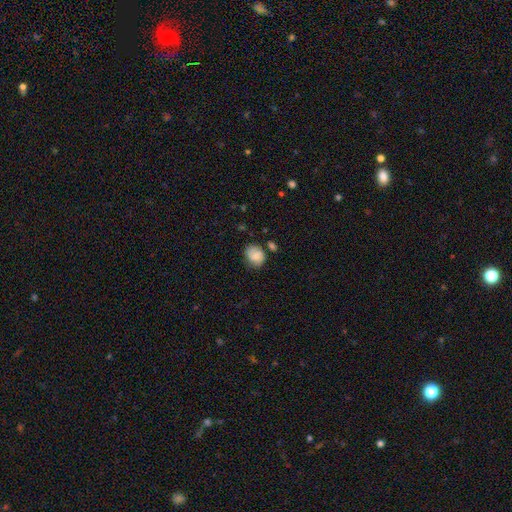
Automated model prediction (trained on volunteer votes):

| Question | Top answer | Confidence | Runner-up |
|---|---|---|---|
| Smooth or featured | smooth | 72% | featured or disk (19%) |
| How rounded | round | 58% | in between (41%) |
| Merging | none | 62% | minor disturbance (25%) |